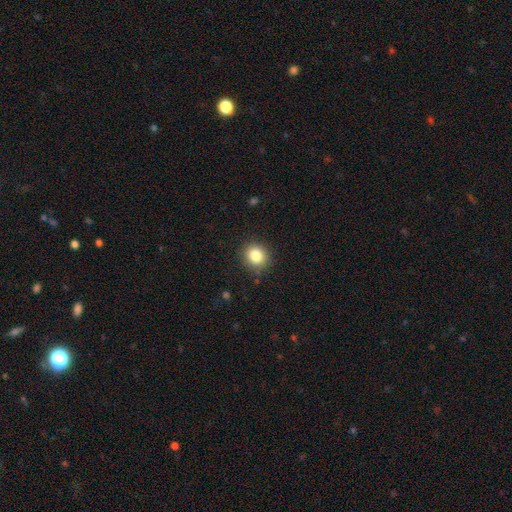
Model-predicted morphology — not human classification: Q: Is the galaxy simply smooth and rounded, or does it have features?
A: smooth — 84%.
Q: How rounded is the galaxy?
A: round — 76%.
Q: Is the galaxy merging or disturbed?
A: none — 86%.